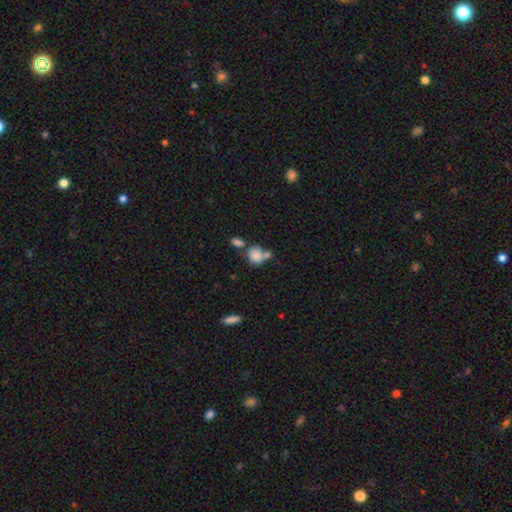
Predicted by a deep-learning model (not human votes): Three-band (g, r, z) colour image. It shows a smooth galaxy with no disk features (81%) that is round (64%). Merging: merger (44%).